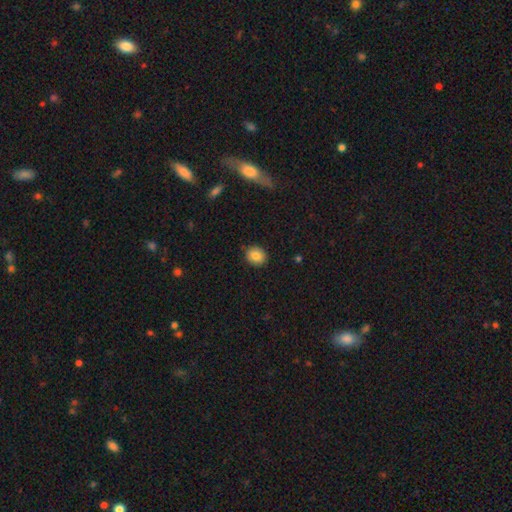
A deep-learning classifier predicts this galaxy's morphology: Smooth or featured?
  - smooth: 85% *
  - star or artifact: 9%
  - featured or disk: 6%
How rounded?
  - round: 71% *
  - in between: 28%
  - cigar-shaped: 1%
Merging?
  - none: 89% *
  - minor disturbance: 8%
  - major disturbance: 2%
  - merger: 1%